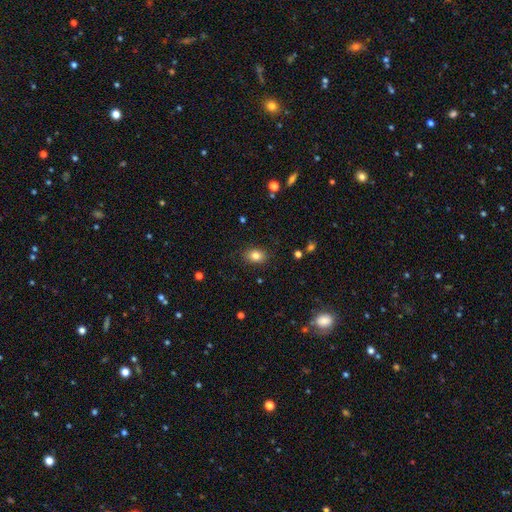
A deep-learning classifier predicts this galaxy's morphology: This appears to be a smooth galaxy with no disk features (83%) that is in between round and cigar-shaped (71%). Merging: none (86%).